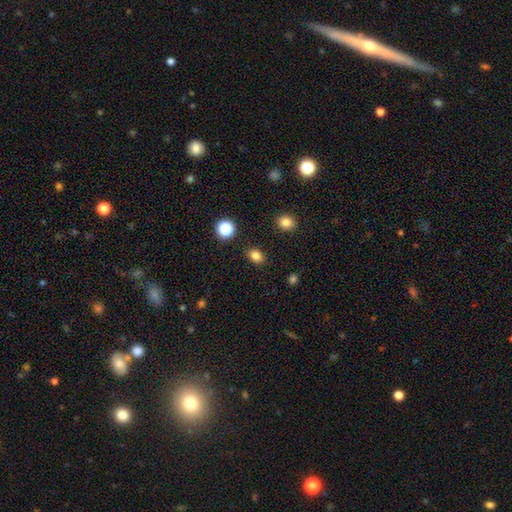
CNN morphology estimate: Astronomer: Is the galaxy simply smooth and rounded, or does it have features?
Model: smooth — 82%.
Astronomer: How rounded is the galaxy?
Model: in between — 61% (runner-up: round, 38%).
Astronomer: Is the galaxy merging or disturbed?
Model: none — 88%.